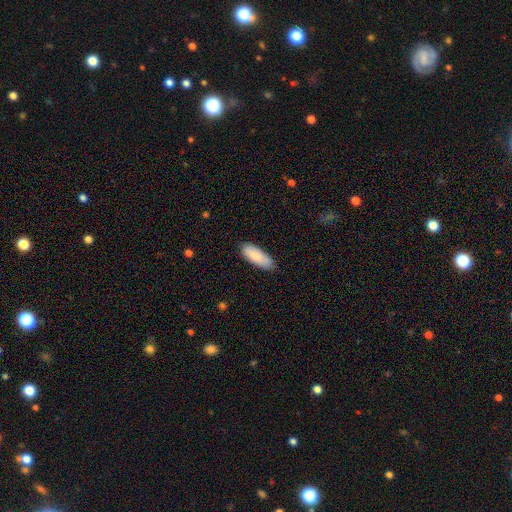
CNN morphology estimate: This appears to be a smooth galaxy with no disk features (83%) that is in between round and cigar-shaped (72%). Merging: none (80%).